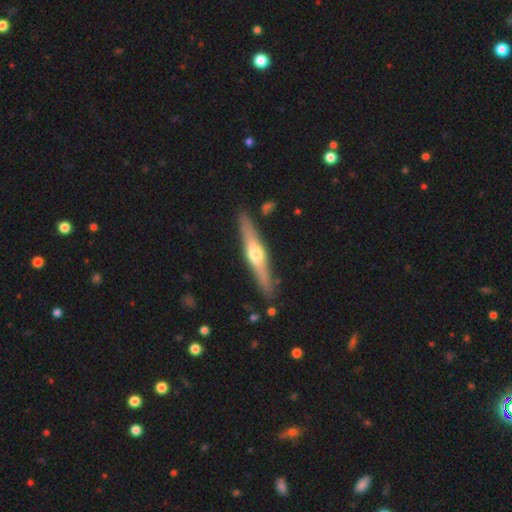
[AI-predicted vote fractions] Smooth or featured? Predicted: featured or disk (p=0.65). Edge-on disk? Predicted: yes (p=0.96). Edge-on bulge? Predicted: rounded (p=0.91). Merging? Predicted: none (p=0.88).